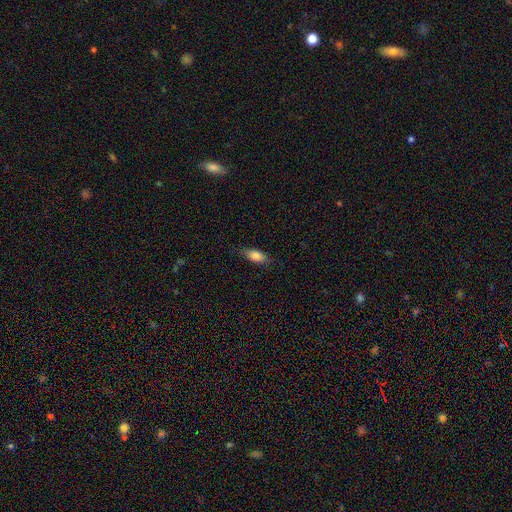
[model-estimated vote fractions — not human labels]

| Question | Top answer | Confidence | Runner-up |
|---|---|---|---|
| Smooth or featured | smooth | 81% | featured or disk (12%) |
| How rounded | in between | 79% | cigar-shaped (18%) |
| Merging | none | 78% | minor disturbance (17%) |